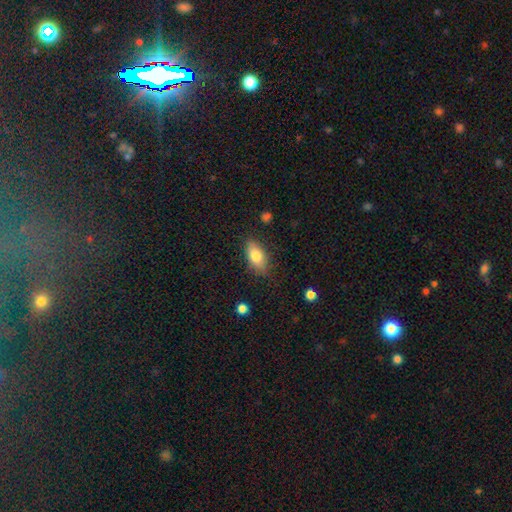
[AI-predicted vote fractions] smooth-or-featured: smooth: 79% | featured or disk: 14% | star or artifact: 7%
  how-rounded: in between: 87% | cigar-shaped: 9% | round: 5%
  merging: none: 78% | minor disturbance: 17% | major disturbance: 4% | merger: 2%